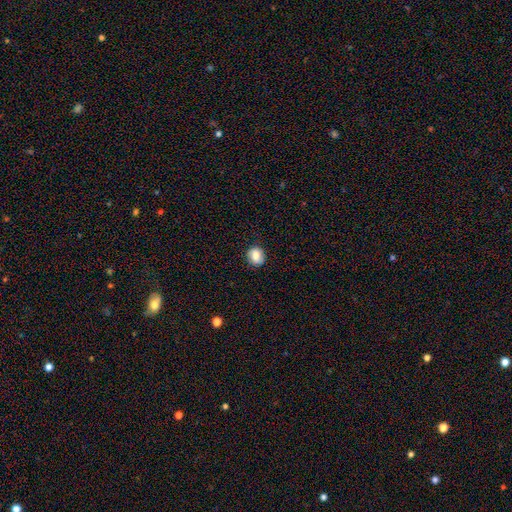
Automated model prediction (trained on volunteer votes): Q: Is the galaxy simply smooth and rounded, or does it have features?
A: smooth — 77%.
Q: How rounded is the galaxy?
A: round — 73%.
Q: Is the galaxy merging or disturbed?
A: none — 85%.